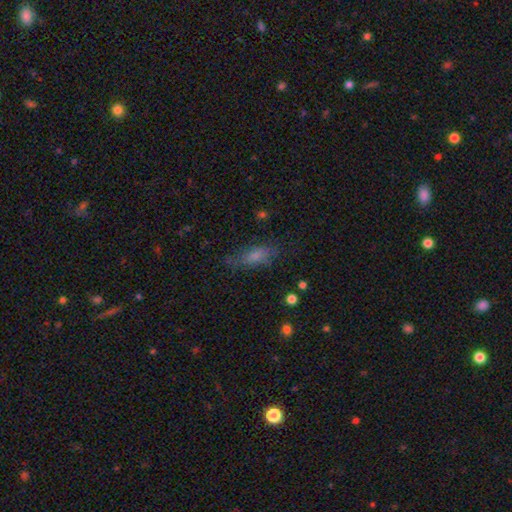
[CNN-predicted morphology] Smooth or featured?
  - smooth: 71% *
  - featured or disk: 18%
  - star or artifact: 11%
How rounded?
  - in between: 64% *
  - cigar-shaped: 32%
  - round: 3%
Merging?
  - none: 66% *
  - minor disturbance: 22%
  - major disturbance: 10%
  - merger: 2%